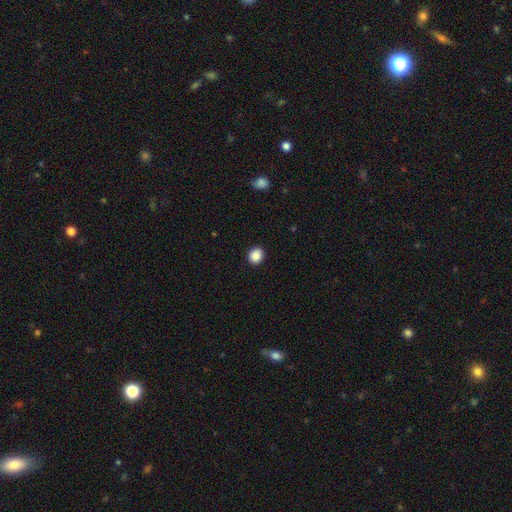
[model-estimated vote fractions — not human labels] Smooth or featured? smooth (88%)
How rounded? round (81%)
Merging? none (92%)